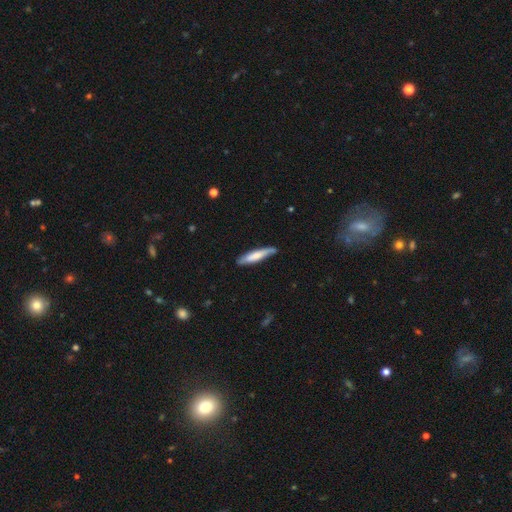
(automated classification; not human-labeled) This is likely a smooth galaxy (65%). How rounded: clearly cigar-shaped (87%). Merging: likely none (77%).